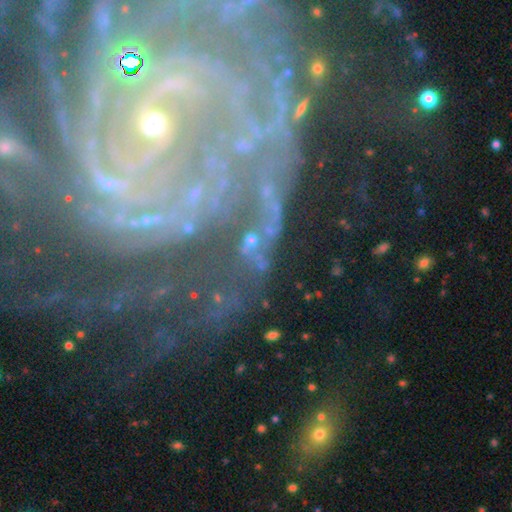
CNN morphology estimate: Q: Smooth or featured?
A: featured or disk (70%); runner-up: star or artifact (20%)
Q: Edge-on disk?
A: no (94%); runner-up: yes (6%)
Q: Bar?
A: no (49%); runner-up: weak (26%)
Q: Spiral arms?
A: yes (92%); runner-up: no (8%)
Q: Spiral winding?
A: tight (70%); runner-up: medium (22%)
Q: Spiral arm count?
A: can't tell (27%); runner-up: 2 (18%)
Q: Bulge size?
A: small (66%); runner-up: moderate (20%)
Q: Merging?
A: none (63%); runner-up: minor disturbance (16%)